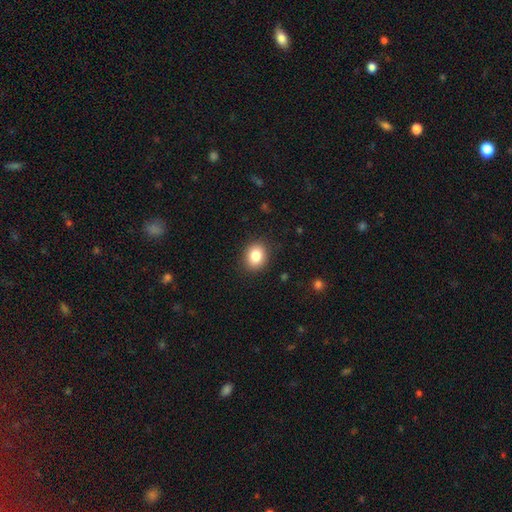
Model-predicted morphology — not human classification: This is clearly a smooth galaxy (84%). How rounded: possibly round (58%). Merging: clearly none (89%).